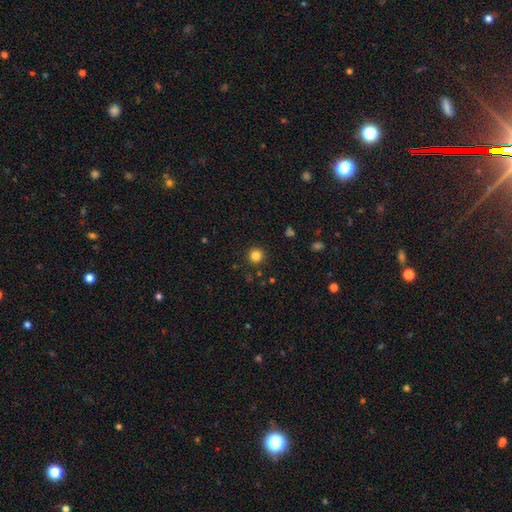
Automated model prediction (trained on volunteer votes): Morphology: type=smooth (84%); roundness=round (95%); merging=none (91%).